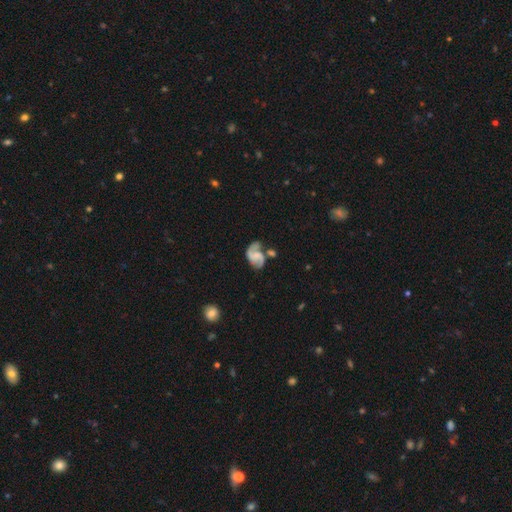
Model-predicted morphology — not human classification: A featured or disk galaxy (77%) with no bar (50%), 2 (87%) medium (44%) spiral arms (92%) and no central bulge (48%). Merging: none (43%).